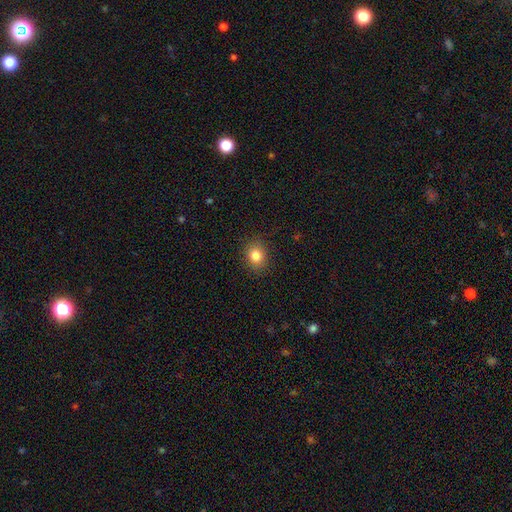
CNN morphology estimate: A smooth galaxy with no disk features (83%) that is round (63%). Merging: none (87%).